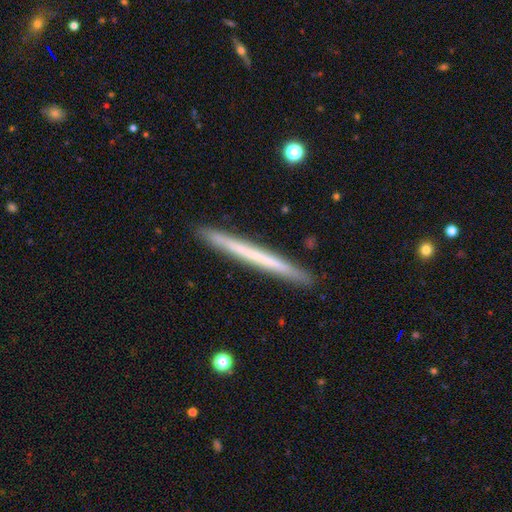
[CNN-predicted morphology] type=smooth (50%); roundness=cigar-shaped (98%); merging=none (91%).